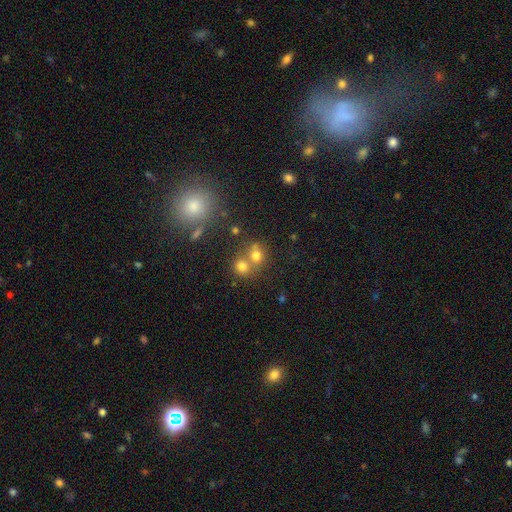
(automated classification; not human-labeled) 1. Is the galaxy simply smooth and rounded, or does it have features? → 69% smooth, 17% star or artifact, 13% featured or disk.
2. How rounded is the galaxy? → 75% round, 24% in between, 1% cigar-shaped.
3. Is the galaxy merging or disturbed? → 50% merger, 40% none, 7% minor disturbance, 3% major disturbance.